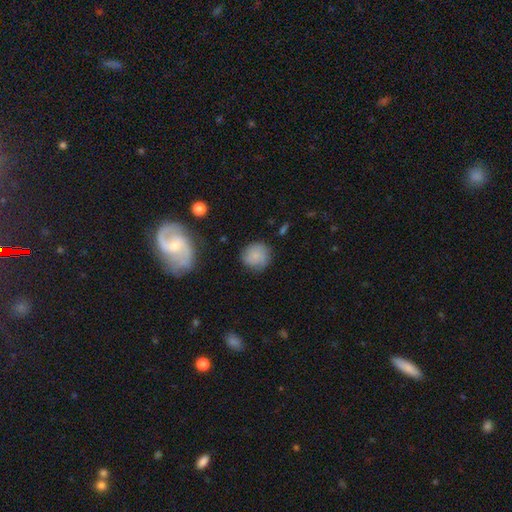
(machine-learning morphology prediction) Smooth or featured?
  - smooth: 78% *
  - featured or disk: 13%
  - star or artifact: 9%
How rounded?
  - round: 89% *
  - in between: 10%
  - cigar-shaped: 1%
Merging?
  - none: 76% *
  - minor disturbance: 17%
  - major disturbance: 5%
  - merger: 2%